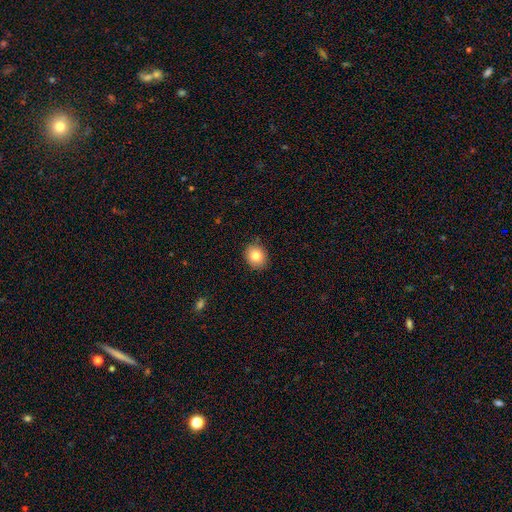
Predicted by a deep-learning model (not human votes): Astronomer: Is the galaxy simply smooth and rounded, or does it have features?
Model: smooth — 83%.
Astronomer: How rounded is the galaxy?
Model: round — 64%.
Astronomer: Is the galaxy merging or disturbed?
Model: none — 87%.